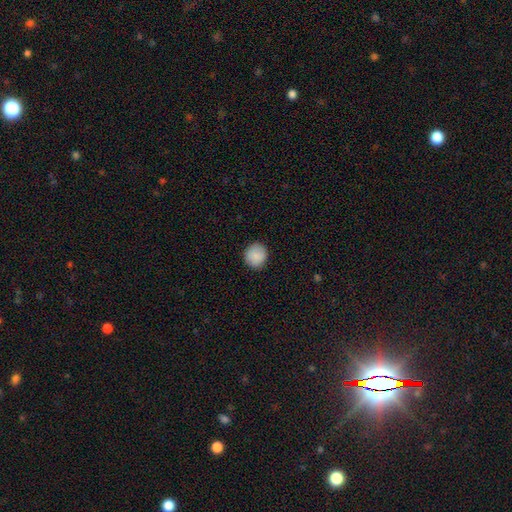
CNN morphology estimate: smooth-or-featured: smooth: 89% | star or artifact: 8% | featured or disk: 3%
  how-rounded: round: 89% | in between: 10% | cigar-shaped: 1%
  merging: none: 89% | minor disturbance: 8% | major disturbance: 2% | merger: 1%